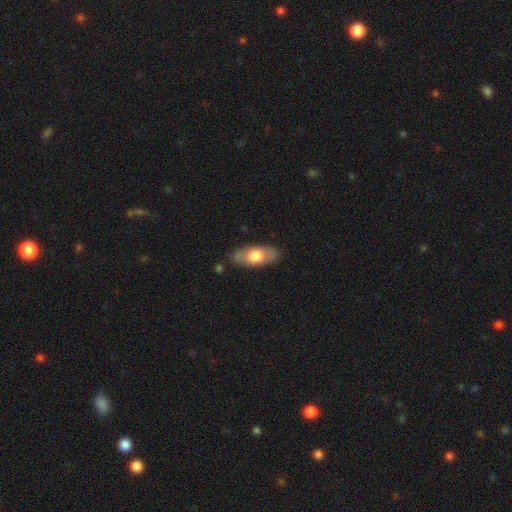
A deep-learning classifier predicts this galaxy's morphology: smooth-or-featured: smooth: 63% | featured or disk: 32% | star or artifact: 5%
  how-rounded: in between: 84% | cigar-shaped: 12% | round: 3%
  merging: none: 83% | minor disturbance: 12% | major disturbance: 3% | merger: 2%